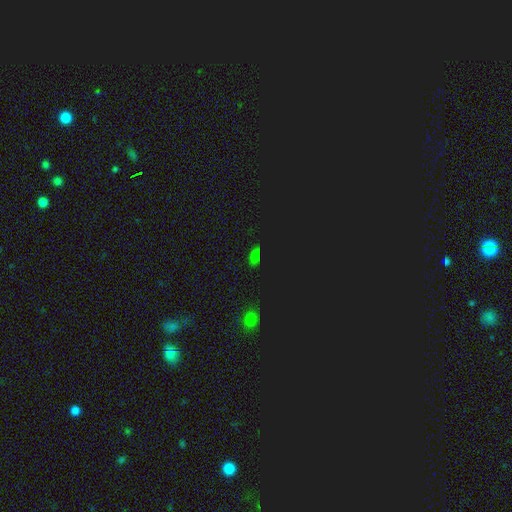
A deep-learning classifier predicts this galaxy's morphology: A star or artifact, not a galaxy (47%).

Vote fractions:
- Smooth or featured? star or artifact: 47% / smooth: 46% / featured or disk: 7%